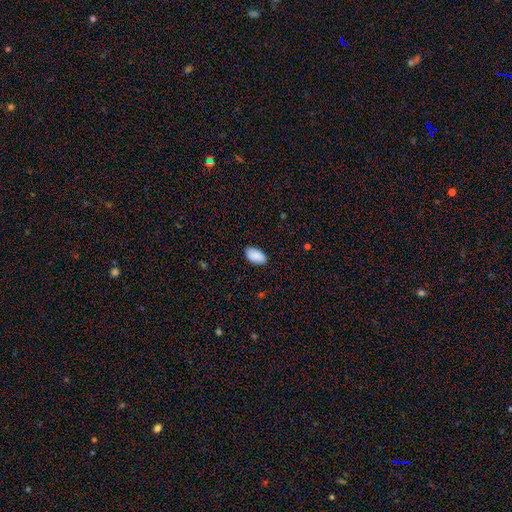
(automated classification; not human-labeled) Overall: smooth (90%). How rounded: in between (95%). Merging: none (87%).